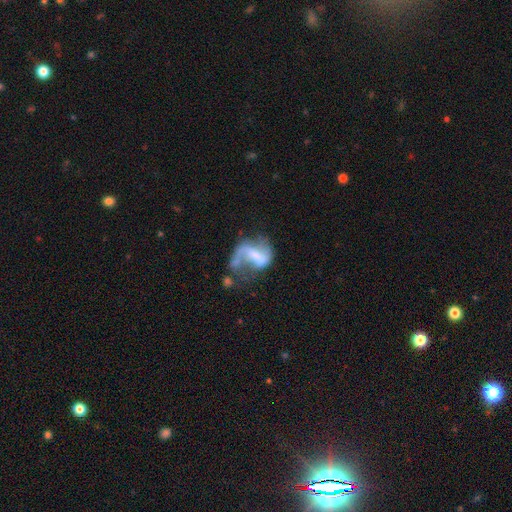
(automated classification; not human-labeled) Smooth or featured: featured or disk — 72% (smooth — 20%)
Edge-on disk: no — 97% (yes — 3%)
Bar: weak — 41% (strong — 33%)
Spiral arms: yes — 81% (no — 19%)
Spiral winding: loose — 65% (medium — 28%)
Spiral arm count: 2 — 65% (1 — 25%)
Bulge size: small — 34% (none — 29%)
Merging: major disturbance — 40% (none — 29%)